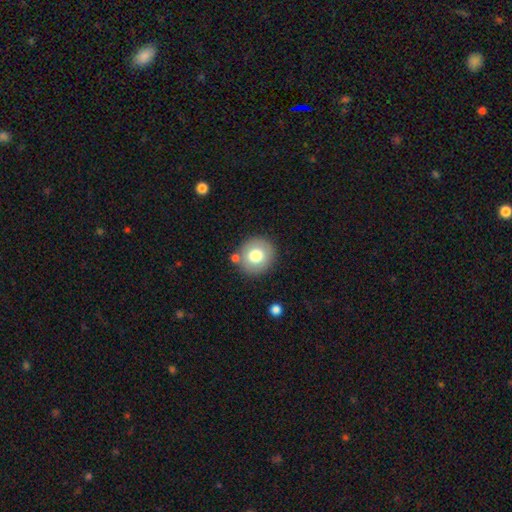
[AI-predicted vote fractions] Q: Smooth or featured?
A: smooth (74%); runner-up: featured or disk (17%)
Q: How rounded?
A: round (89%); runner-up: in between (10%)
Q: Merging?
A: none (81%); runner-up: minor disturbance (10%)